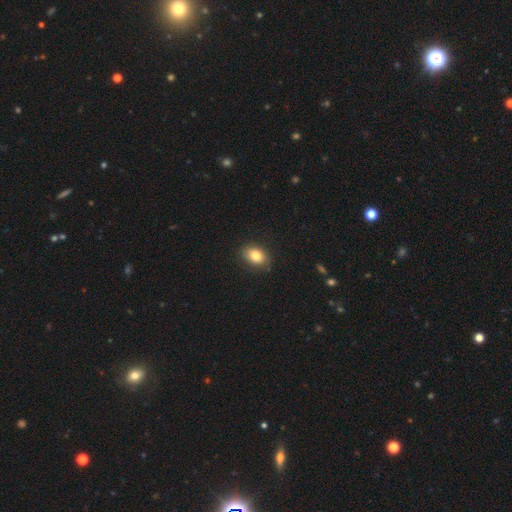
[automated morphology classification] Smooth or featured? Predicted: smooth (p=0.83). How rounded? Predicted: in between (p=0.78). Merging? Predicted: none (p=0.84).